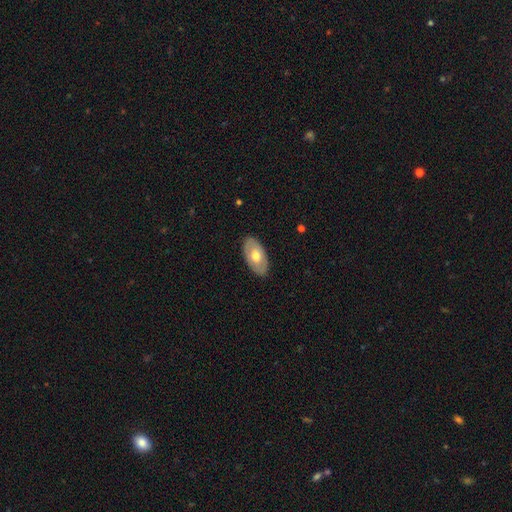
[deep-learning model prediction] This is possibly a smooth galaxy (56%). How rounded: clearly in between (94%). Merging: clearly none (86%).